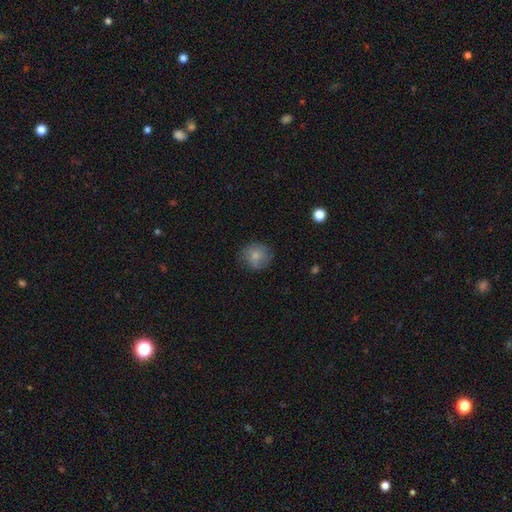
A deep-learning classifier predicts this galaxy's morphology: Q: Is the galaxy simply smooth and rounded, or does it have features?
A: smooth — 78%.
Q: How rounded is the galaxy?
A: round — 87%.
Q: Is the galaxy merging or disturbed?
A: none — 77%.